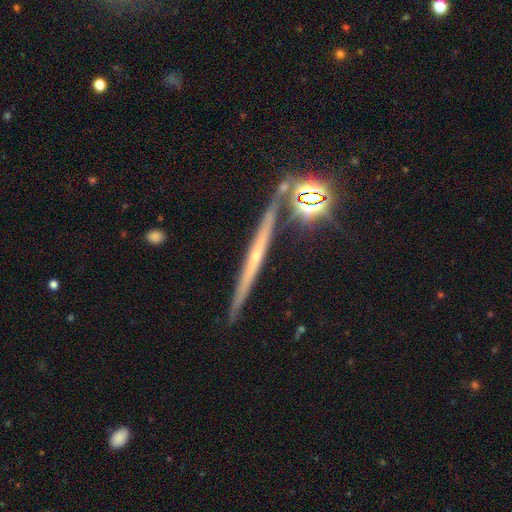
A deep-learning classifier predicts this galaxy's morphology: smooth-or-featured: featured or disk: 67% | smooth: 17% | star or artifact: 15%
  disk-edge-on: yes: 96% | no: 4%
    edge-on-bulge: none: 52% | rounded: 42% | boxy: 6%
  merging: none: 85% | minor disturbance: 9% | merger: 4% | major disturbance: 2%